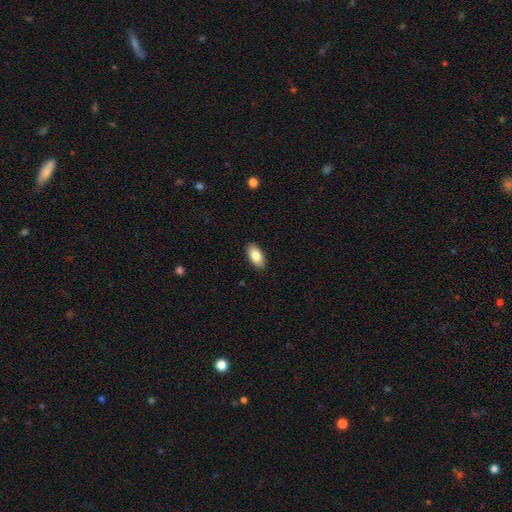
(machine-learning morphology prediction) smooth 84%, featured or disk 10%, star or artifact 7%. Down the decision tree: how rounded — in between (93%); merging — none (89%).